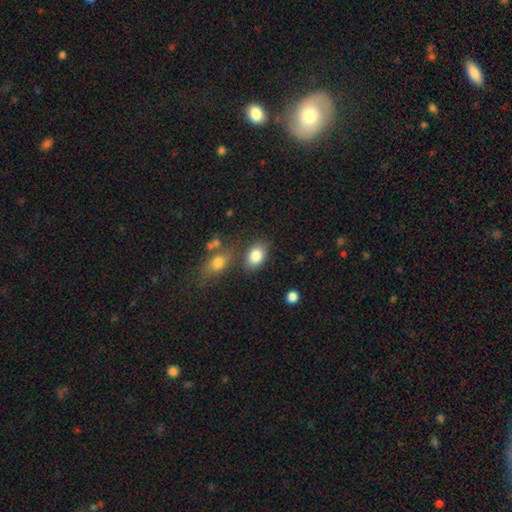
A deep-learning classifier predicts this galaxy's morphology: The model was most divided on "merging": none: 73%, minor disturbance: 13%, merger: 10%, major disturbance: 4%. More confident: smooth or featured — smooth (84%); how rounded — in between (80%).